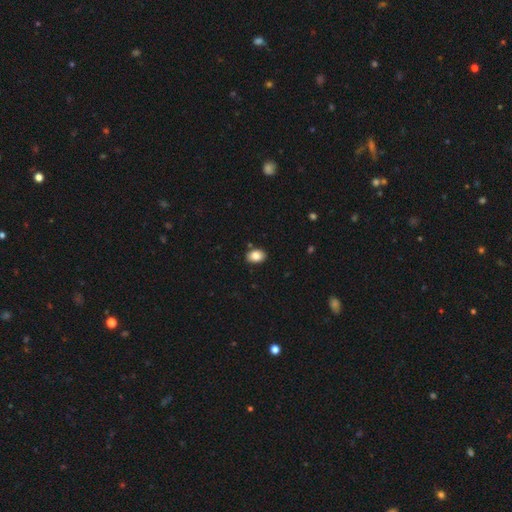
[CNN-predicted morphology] Q: Smooth or featured?
A: smooth (84%); runner-up: star or artifact (8%)
Q: How rounded?
A: in between (78%); runner-up: round (21%)
Q: Merging?
A: none (86%); runner-up: minor disturbance (10%)